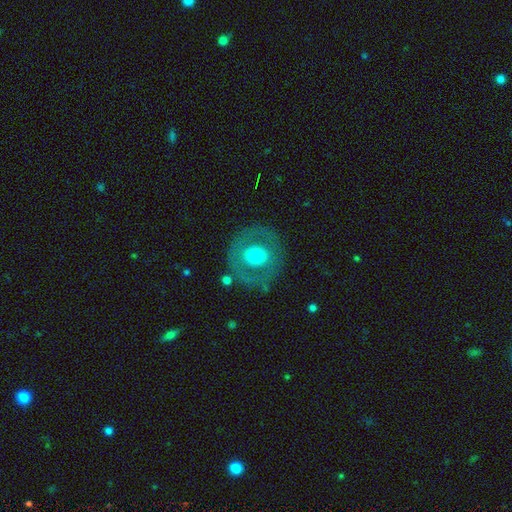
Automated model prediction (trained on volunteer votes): Q: Smooth or featured?
A: smooth (49%); runner-up: featured or disk (45%)
Q: Merging?
A: none (79%); runner-up: minor disturbance (11%)